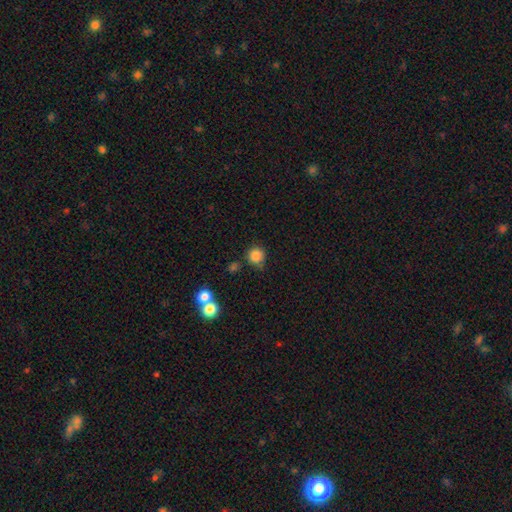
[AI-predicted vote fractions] smooth-or-featured: smooth: 84% | star or artifact: 11% | featured or disk: 5%
  how-rounded: round: 91% | in between: 8% | cigar-shaped: 1%
  merging: none: 71% | minor disturbance: 17% | merger: 7% | major disturbance: 5%